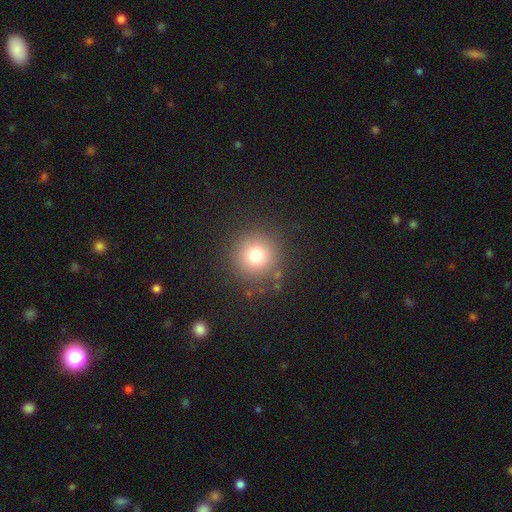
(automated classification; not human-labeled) A smooth galaxy with no disk features (76%) that is round (95%).

Vote fractions:
- Smooth or featured? smooth: 76% / star or artifact: 14% / featured or disk: 9%
- How rounded? round: 95% / in between: 4% / cigar-shaped: 1%
- Merging? none: 88% / minor disturbance: 7% / major disturbance: 4% / merger: 2%